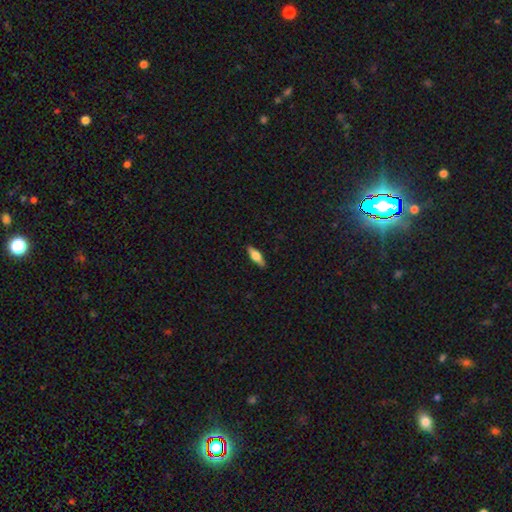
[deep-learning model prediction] A smooth galaxy with no disk features (52%) that is in between round and cigar-shaped (49%).

Vote fractions:
- Smooth or featured? smooth: 52% / featured or disk: 42% / star or artifact: 6%
- How rounded? in between: 49% / cigar-shaped: 48% / round: 3%
- Merging? none: 89% / minor disturbance: 8% / major disturbance: 2% / merger: 1%